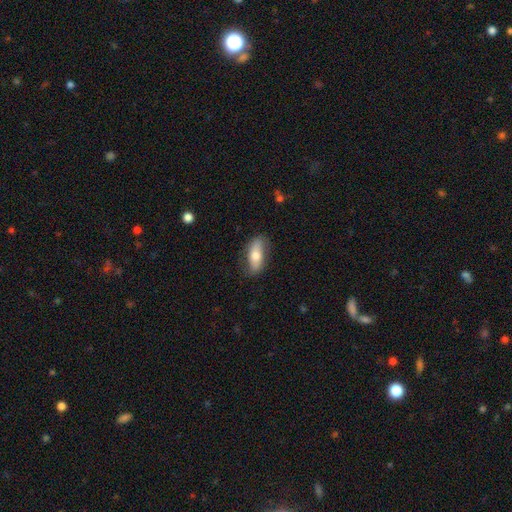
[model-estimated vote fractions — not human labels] Q: Smooth or featured?
A: smooth (66%); runner-up: featured or disk (28%)
Q: How rounded?
A: in between (75%); runner-up: cigar-shaped (21%)
Q: Merging?
A: none (77%); runner-up: minor disturbance (17%)